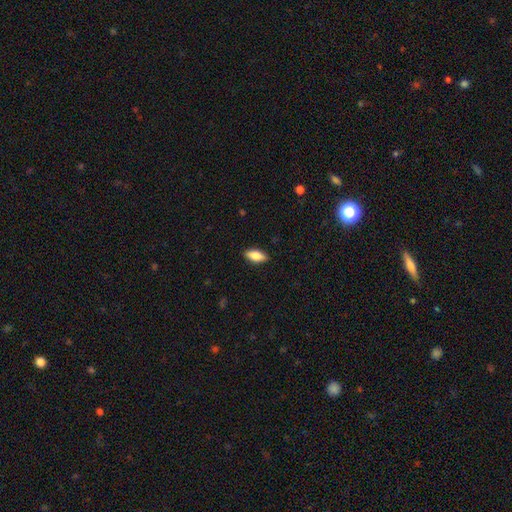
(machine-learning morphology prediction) Smooth or featured?
  - smooth: 78% *
  - featured or disk: 16%
  - star or artifact: 6%
How rounded?
  - in between: 81% *
  - cigar-shaped: 16%
  - round: 3%
Merging?
  - none: 89% *
  - minor disturbance: 8%
  - major disturbance: 2%
  - merger: 1%